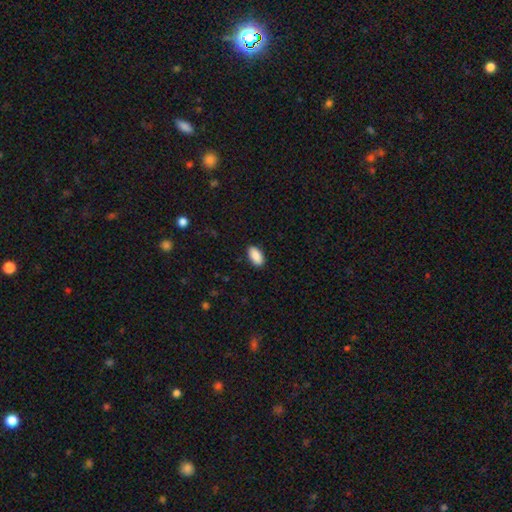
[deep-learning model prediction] Smooth or featured? Predicted: smooth (p=0.91). How rounded? Predicted: in between (p=0.94). Merging? Predicted: none (p=0.90).